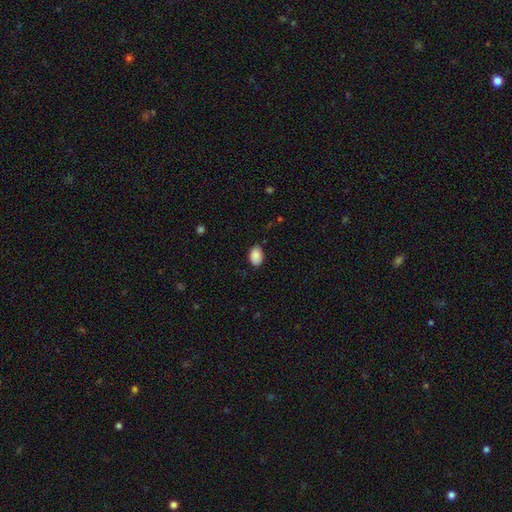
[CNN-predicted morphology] A smooth galaxy with no disk features (89%) that is in between round and cigar-shaped (84%).

Vote fractions:
- Smooth or featured? smooth: 89% / star or artifact: 7% / featured or disk: 4%
- How rounded? in between: 84% / round: 15% / cigar-shaped: 1%
- Merging? none: 83% / minor disturbance: 14% / major disturbance: 3% / merger: 1%